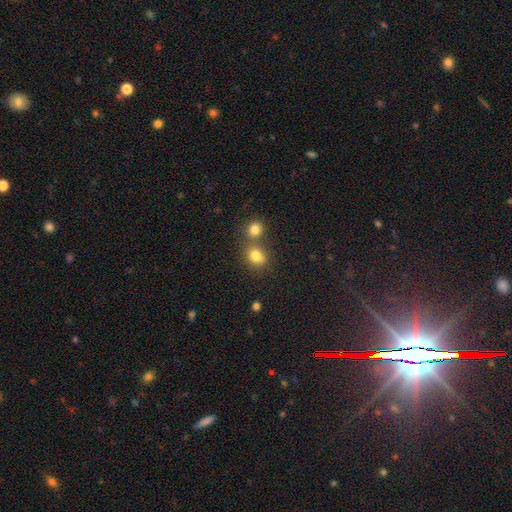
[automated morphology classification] This is likely a smooth galaxy (78%). How rounded: likely round (69%). Merging: possibly none (48%).